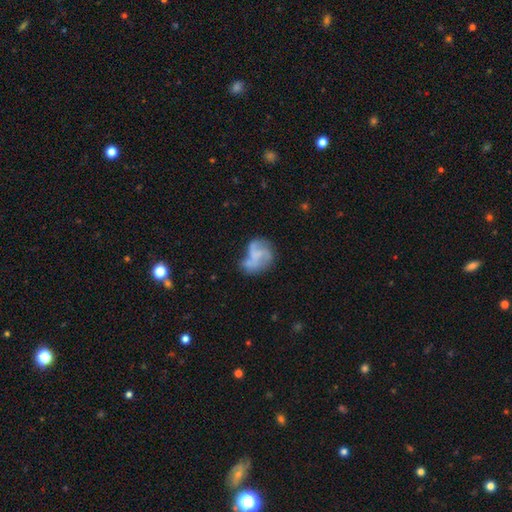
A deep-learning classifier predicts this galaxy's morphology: Q: Smooth or featured?
A: featured or disk (56%); runner-up: smooth (34%)
Q: Edge-on disk?
A: no (98%); runner-up: yes (2%)
Q: Bar?
A: no (70%); runner-up: weak (23%)
Q: Spiral arms?
A: yes (57%); runner-up: no (43%)
Q: Bulge size?
A: none (67%); runner-up: small (17%)
Q: Merging?
A: none (36%); runner-up: major disturbance (29%)